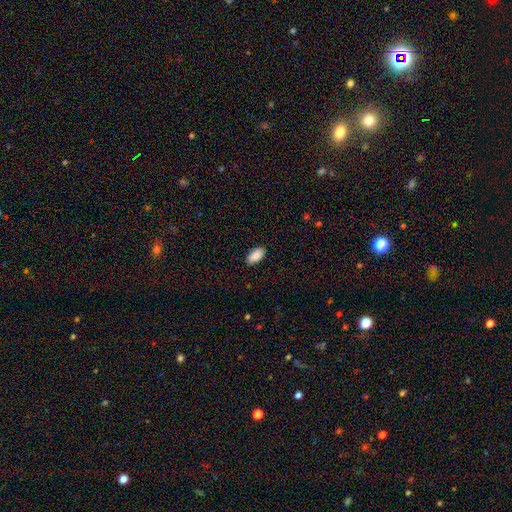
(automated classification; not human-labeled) This is clearly a smooth galaxy (90%). How rounded: clearly in between (94%). Merging: clearly none (87%).